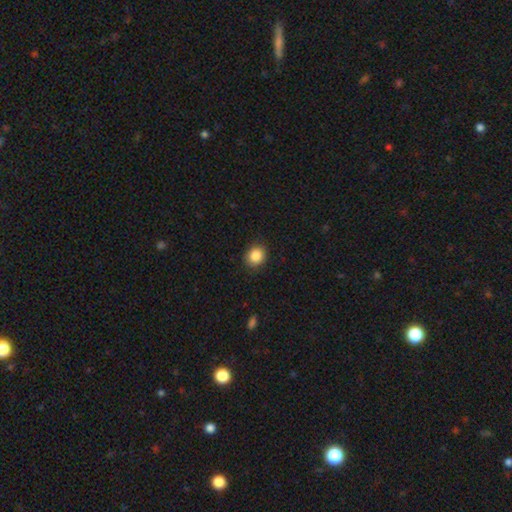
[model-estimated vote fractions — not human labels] smooth_or_featured: smooth (p=0.87) [alt: star or artifact p=0.09]
how_rounded: round (p=0.72) [alt: in between p=0.27]
merging: none (p=0.89) [alt: minor disturbance p=0.08]